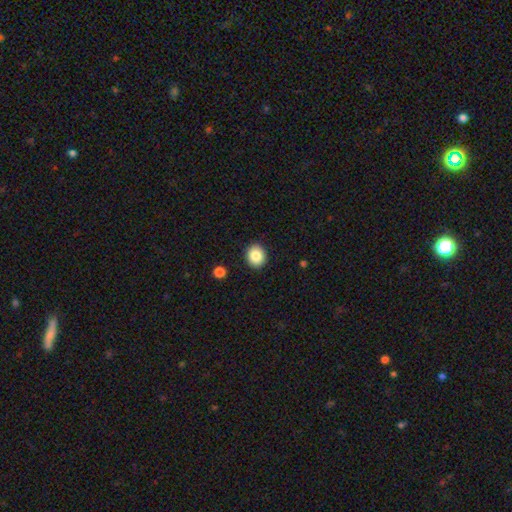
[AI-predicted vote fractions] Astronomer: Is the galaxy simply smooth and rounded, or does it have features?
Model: smooth — 85%.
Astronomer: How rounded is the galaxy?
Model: round — 74%.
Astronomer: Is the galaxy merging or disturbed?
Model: none — 91%.